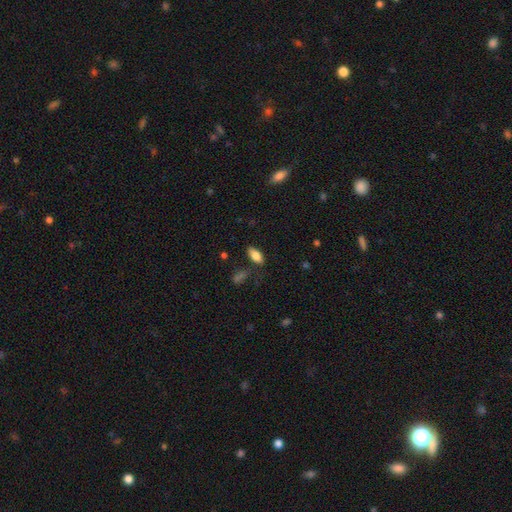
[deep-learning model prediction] Smooth or featured: smooth — 82% (featured or disk — 10%)
How rounded: in between — 88% (cigar-shaped — 9%)
Merging: none — 78% (minor disturbance — 15%)